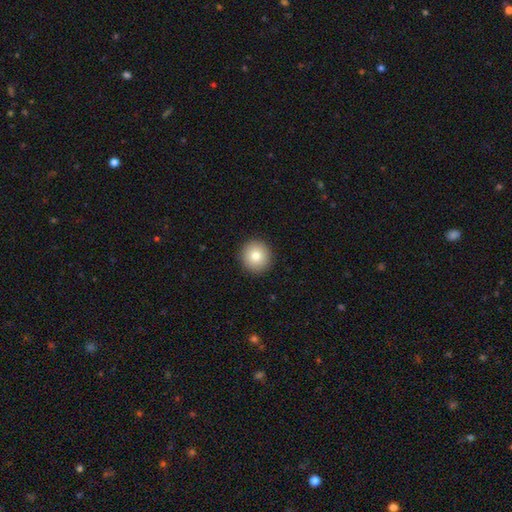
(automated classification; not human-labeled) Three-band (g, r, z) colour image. It shows a smooth galaxy with no disk features (80%) that is round (94%). Merging: none (92%).